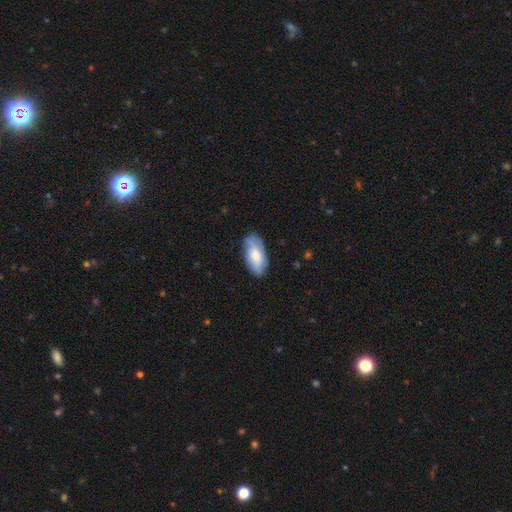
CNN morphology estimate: This is likely a smooth galaxy (63%). How rounded: clearly in between (92%). Merging: likely none (73%).